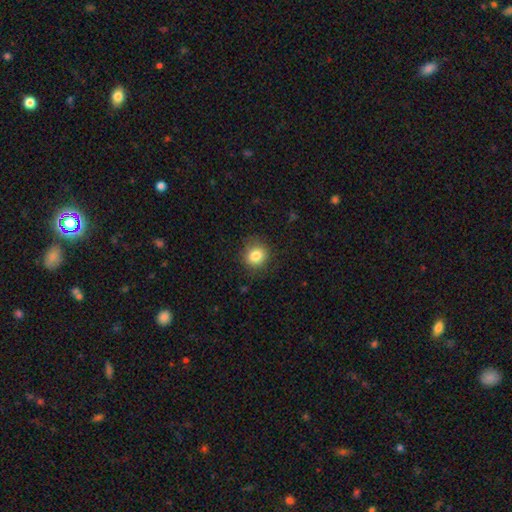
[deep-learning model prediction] Q: Smooth or featured?
A: smooth (83%); runner-up: star or artifact (11%)
Q: How rounded?
A: round (84%); runner-up: in between (15%)
Q: Merging?
A: none (84%); runner-up: minor disturbance (12%)